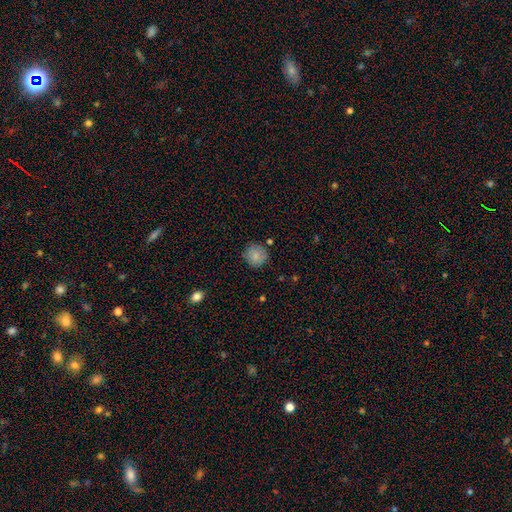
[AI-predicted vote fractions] Smooth or featured: smooth — 83% (featured or disk — 9%)
How rounded: round — 91% (in between — 8%)
Merging: none — 82% (minor disturbance — 13%)